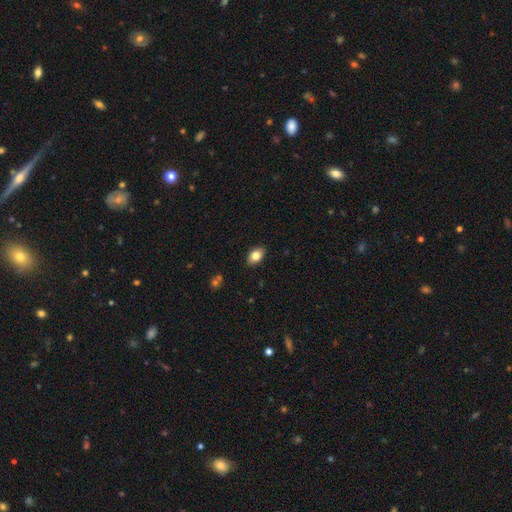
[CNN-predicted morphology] smooth 81%, featured or disk 11%, star or artifact 8%. Down the decision tree: how rounded — in between (84%); merging — none (88%).